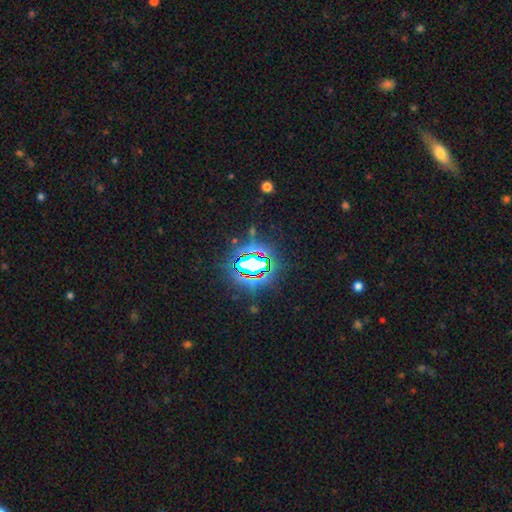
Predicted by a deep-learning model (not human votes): star or artifact 82%, smooth 10%, featured or disk 7%.